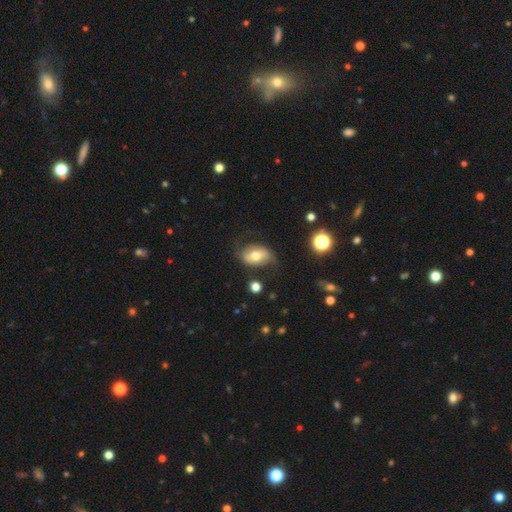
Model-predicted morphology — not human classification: smooth 47%, featured or disk 44%, star or artifact 8%. Down the decision tree: merging — none (60%).